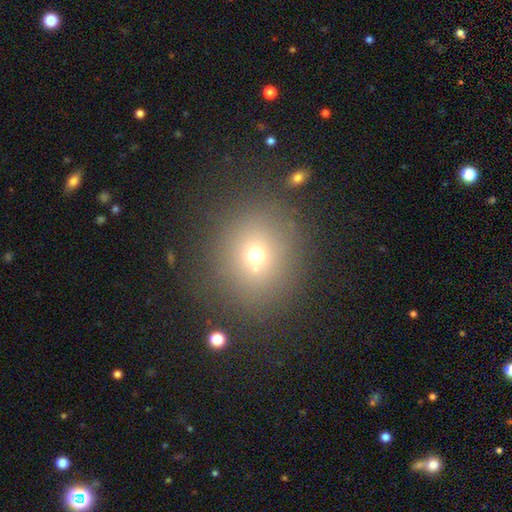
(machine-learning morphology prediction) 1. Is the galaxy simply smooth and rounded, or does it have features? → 67% smooth, 20% star or artifact, 13% featured or disk.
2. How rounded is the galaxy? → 81% round, 18% in between, 1% cigar-shaped.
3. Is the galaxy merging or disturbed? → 79% none, 10% minor disturbance, 6% major disturbance, 4% merger.